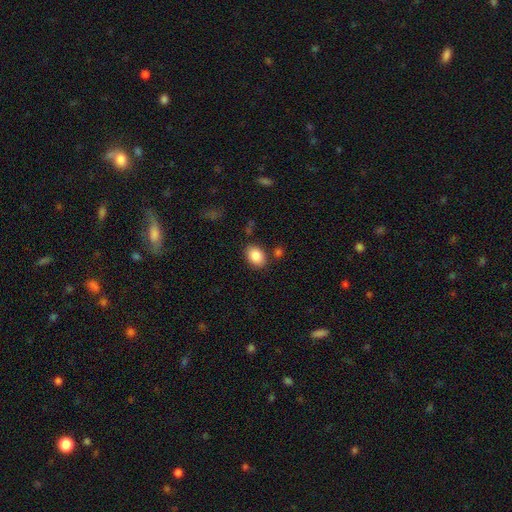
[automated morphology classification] smooth_or_featured: smooth (p=0.87) [alt: star or artifact p=0.07]
how_rounded: in between (p=0.77) [alt: round p=0.22]
merging: none (p=0.80) [alt: minor disturbance p=0.12]